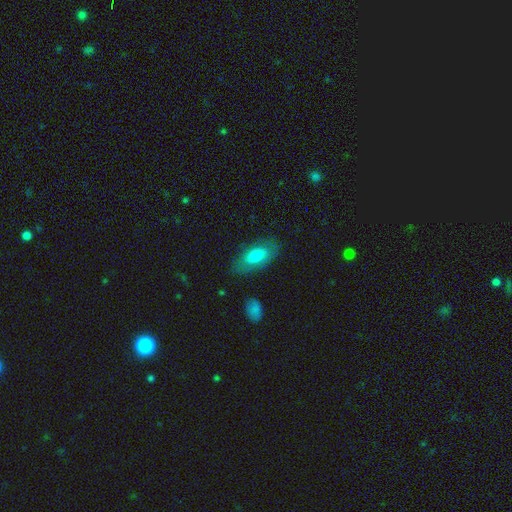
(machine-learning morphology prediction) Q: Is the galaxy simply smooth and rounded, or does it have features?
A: smooth — 70%.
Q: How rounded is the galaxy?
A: in between — 88%.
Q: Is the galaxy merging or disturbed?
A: none — 77%.